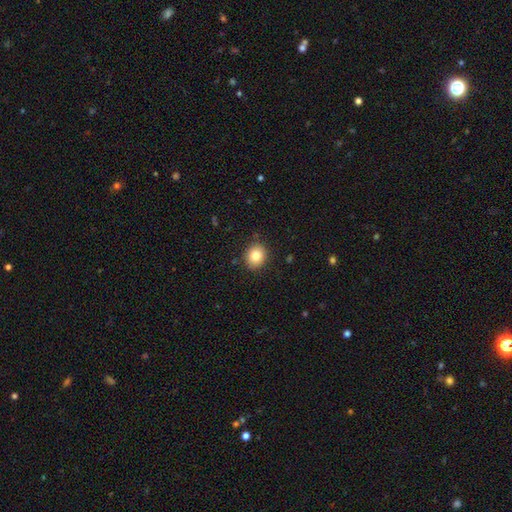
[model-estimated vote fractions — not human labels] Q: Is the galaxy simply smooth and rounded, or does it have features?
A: smooth — 81%.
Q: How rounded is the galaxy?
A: round — 70%.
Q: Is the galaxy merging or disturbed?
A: none — 88%.